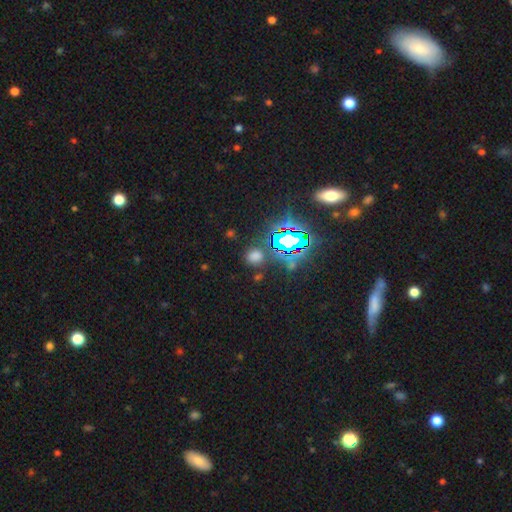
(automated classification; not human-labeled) Overall: smooth (50%; star or artifact 44%). Merging: none (80%).